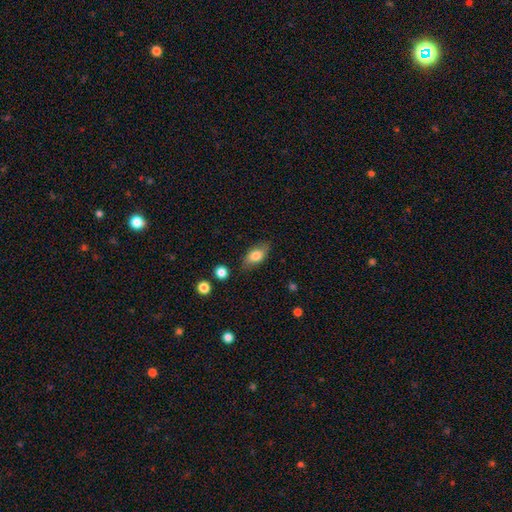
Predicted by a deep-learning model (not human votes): The model was most divided on "smooth or featured": smooth: 77%, featured or disk: 15%, star or artifact: 8%. More confident: how rounded — in between (86%); merging — none (79%).